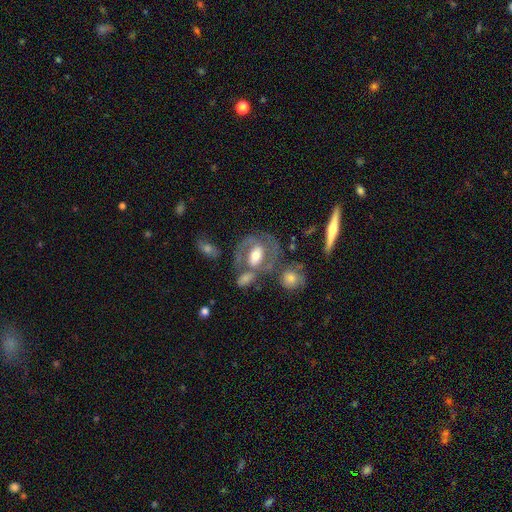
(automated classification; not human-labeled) smooth-or-featured: featured or disk: 69% | smooth: 24% | star or artifact: 7%
  disk-edge-on: no: 94% | yes: 6%
    bar: weak: 37% | no: 33% | strong: 31%
    has-spiral-arms: yes: 68% | no: 32%
    bulge-size: moderate: 62% | large: 22% | small: 12% | none: 2% | dominant: 2%
  merging: none: 52% | merger: 19% | minor disturbance: 17% | major disturbance: 12%